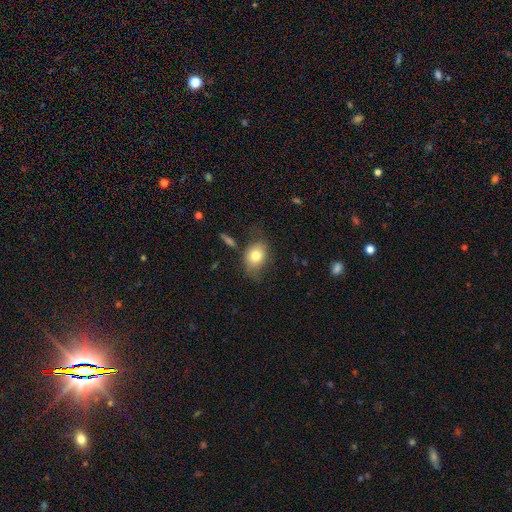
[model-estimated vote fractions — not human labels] Smooth or featured: smooth — 78% (featured or disk — 14%)
How rounded: in between — 68% (round — 31%)
Merging: none — 61% (minor disturbance — 24%)